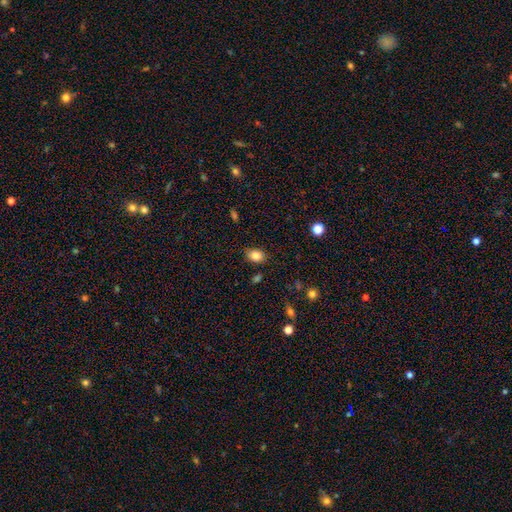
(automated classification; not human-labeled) The model was most divided on "how rounded": in between: 75%, round: 24%, cigar-shaped: 1%. More confident: smooth or featured — smooth (84%); merging — none (82%).